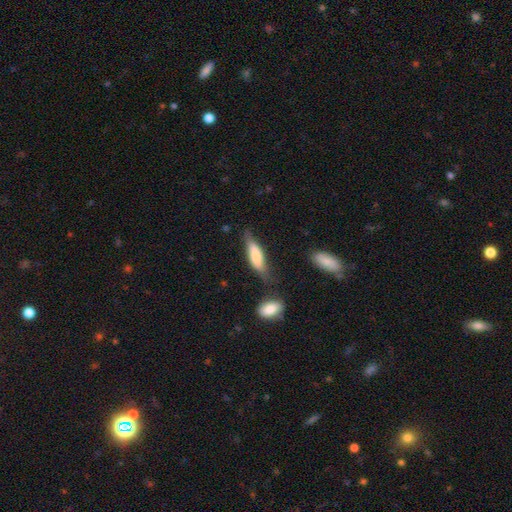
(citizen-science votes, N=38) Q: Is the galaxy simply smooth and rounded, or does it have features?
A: smooth — 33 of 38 (87%).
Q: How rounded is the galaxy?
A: in between — 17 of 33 (52%).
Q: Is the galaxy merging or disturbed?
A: none — 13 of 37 (35%).